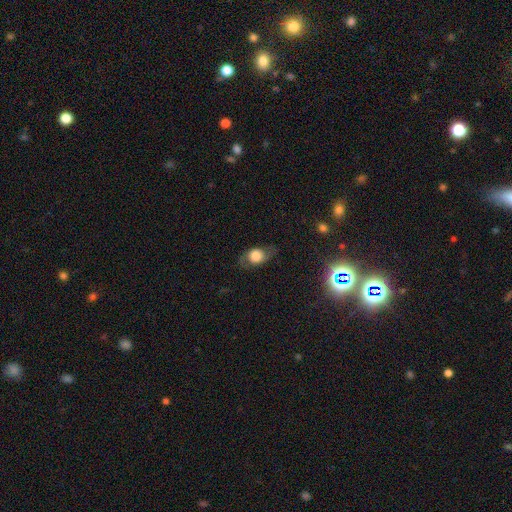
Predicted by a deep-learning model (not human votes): A smooth galaxy with no disk features (58%) that is in between round and cigar-shaped (60%).

Vote fractions:
- Smooth or featured? smooth: 58% / featured or disk: 32% / star or artifact: 9%
- How rounded? in between: 60% / round: 36% / cigar-shaped: 4%
- Merging? none: 69% / minor disturbance: 19% / major disturbance: 10% / merger: 1%